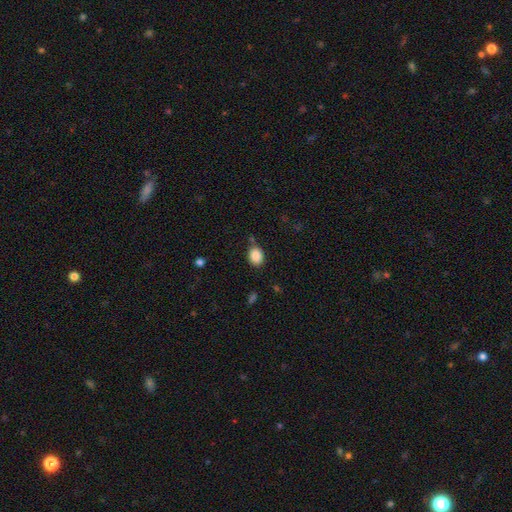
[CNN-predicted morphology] This is clearly a smooth galaxy (89%). How rounded: likely in between (66%). Merging: likely none (77%).